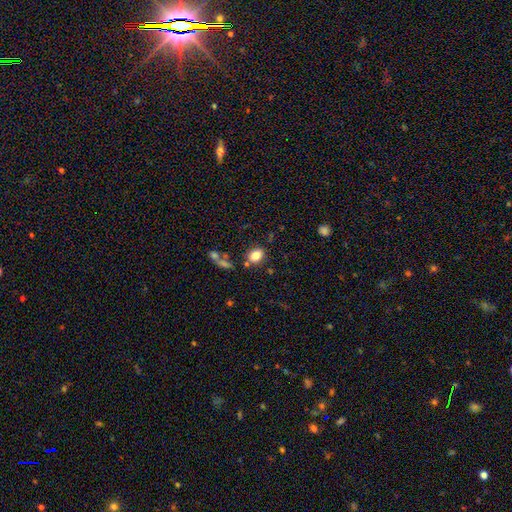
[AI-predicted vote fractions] smooth-or-featured: smooth: 82% | star or artifact: 10% | featured or disk: 8%
  how-rounded: in between: 68% | round: 30% | cigar-shaped: 1%
  merging: none: 79% | minor disturbance: 11% | merger: 6% | major disturbance: 3%